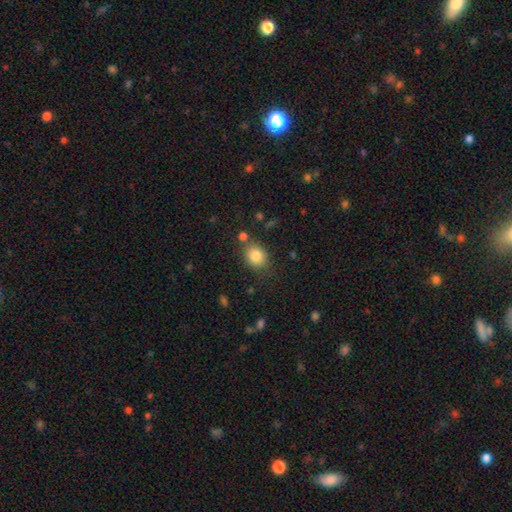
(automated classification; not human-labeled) smooth_or_featured: smooth (p=0.83) [alt: star or artifact p=0.10]
how_rounded: round (p=0.57) [alt: in between p=0.42]
merging: none (p=0.73) [alt: minor disturbance p=0.15]